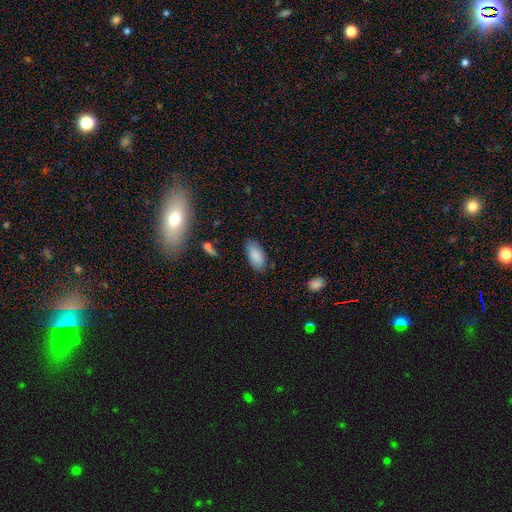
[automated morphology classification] type=smooth (86%); roundness=in between (93%); merging=none (79%).